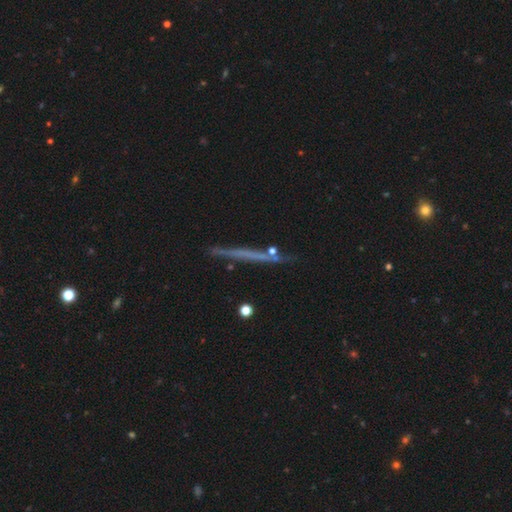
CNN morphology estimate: smooth_or_featured: featured or disk (p=0.53) [alt: smooth p=0.36]
disk_edge_on: yes (p=0.94) [alt: no p=0.06]
edge_on_bulge: none (p=0.88) [alt: rounded p=0.08]
merging: none (p=0.83) [alt: minor disturbance p=0.11]